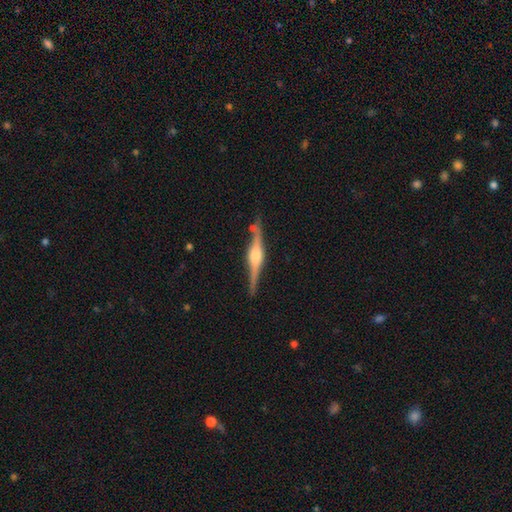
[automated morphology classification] Smooth or featured?
  - featured or disk: 84% *
  - smooth: 10%
  - star or artifact: 6%
Edge-on disk?
  - yes: 98% *
  - no: 2%
Edge-on bulge?
  - rounded: 84% *
  - boxy: 14%
  - none: 2%
Merging?
  - none: 84% *
  - minor disturbance: 11%
  - merger: 3%
  - major disturbance: 2%